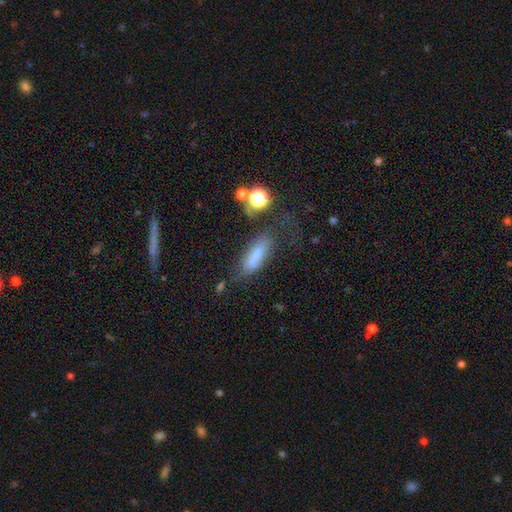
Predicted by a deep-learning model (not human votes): The model was most divided on "how rounded": in between: 56%, cigar-shaped: 40%, round: 4%. Remaining: smooth or featured — smooth (67%); merging — none (49%).